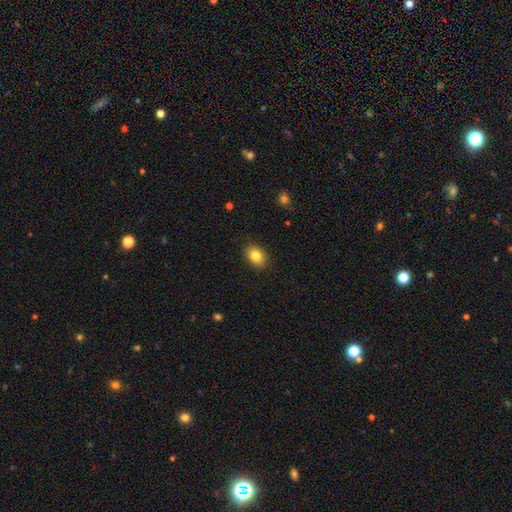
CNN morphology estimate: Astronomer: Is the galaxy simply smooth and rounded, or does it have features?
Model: smooth — 83%.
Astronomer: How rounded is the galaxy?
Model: in between — 74%.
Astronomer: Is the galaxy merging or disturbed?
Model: none — 87%.